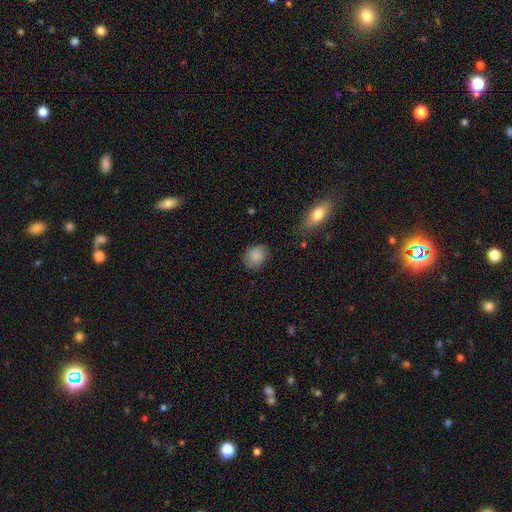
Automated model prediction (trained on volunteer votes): A smooth galaxy with no disk features (84%) that is round (60%).

Vote fractions:
- Smooth or featured? smooth: 84% / featured or disk: 9% / star or artifact: 8%
- How rounded? round: 60% / in between: 39% / cigar-shaped: 1%
- Merging? none: 75% / minor disturbance: 19% / major disturbance: 4% / merger: 2%